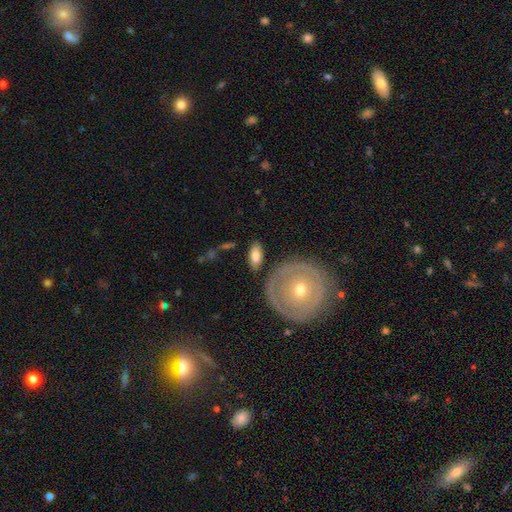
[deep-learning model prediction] Q: Smooth or featured?
A: smooth (71%); runner-up: featured or disk (24%)
Q: How rounded?
A: in between (89%); runner-up: cigar-shaped (6%)
Q: Merging?
A: none (82%); runner-up: minor disturbance (11%)